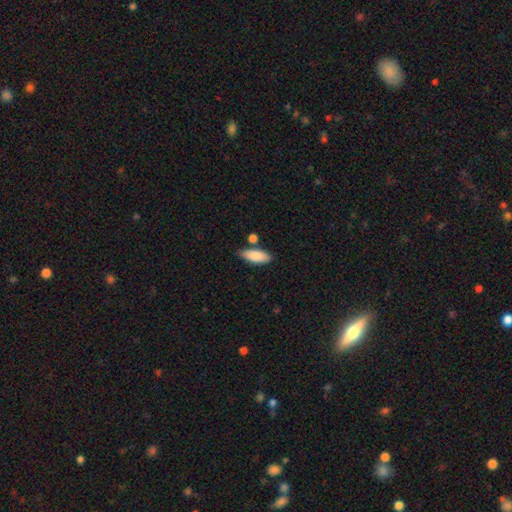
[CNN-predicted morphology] Smooth or featured: smooth — 87% (featured or disk — 7%)
How rounded: in between — 77% (cigar-shaped — 21%)
Merging: none — 72% (minor disturbance — 15%)